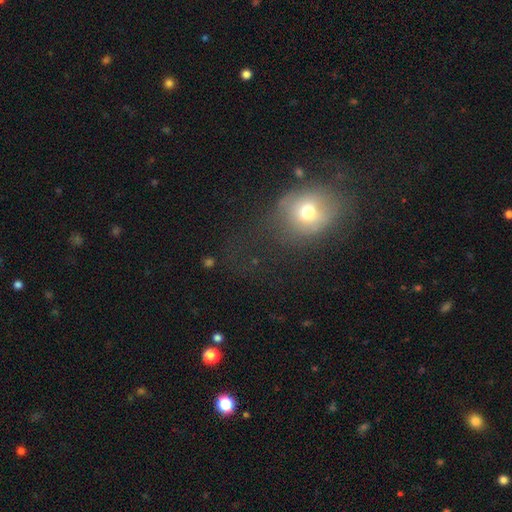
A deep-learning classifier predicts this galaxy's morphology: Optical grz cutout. It shows a smooth galaxy with no disk features (56%) that is round (63%). Merging: none (60%).